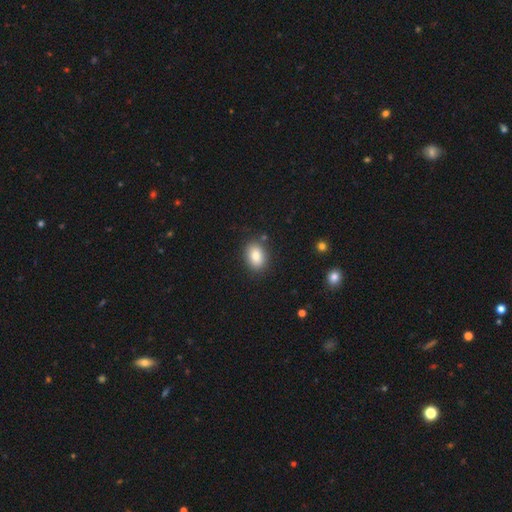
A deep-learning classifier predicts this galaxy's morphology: Smooth or featured?
  - smooth: 84% *
  - star or artifact: 8%
  - featured or disk: 7%
How rounded?
  - in between: 78% *
  - round: 21%
  - cigar-shaped: 1%
Merging?
  - none: 85% *
  - minor disturbance: 10%
  - major disturbance: 3%
  - merger: 3%